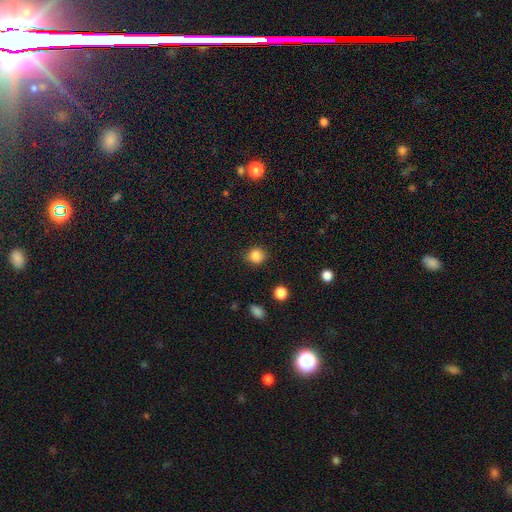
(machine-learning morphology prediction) The model was most divided on "how rounded": round: 78%, in between: 21%, cigar-shaped: 1%. More confident: smooth or featured — smooth (85%); merging — none (83%).